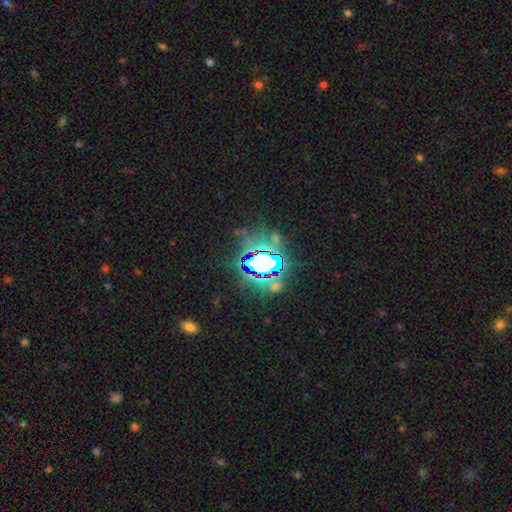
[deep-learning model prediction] Smooth or featured: star or artifact — 75% (smooth — 14%)